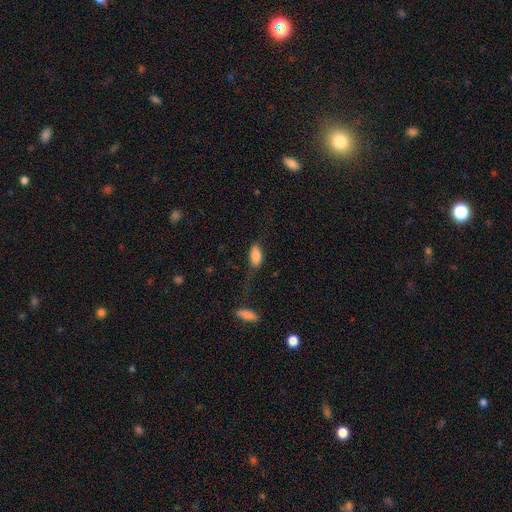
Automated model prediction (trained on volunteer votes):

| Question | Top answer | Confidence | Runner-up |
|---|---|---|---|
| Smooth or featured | smooth | 82% | featured or disk (10%) |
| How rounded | in between | 89% | cigar-shaped (8%) |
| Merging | none | 61% | minor disturbance (23%) |